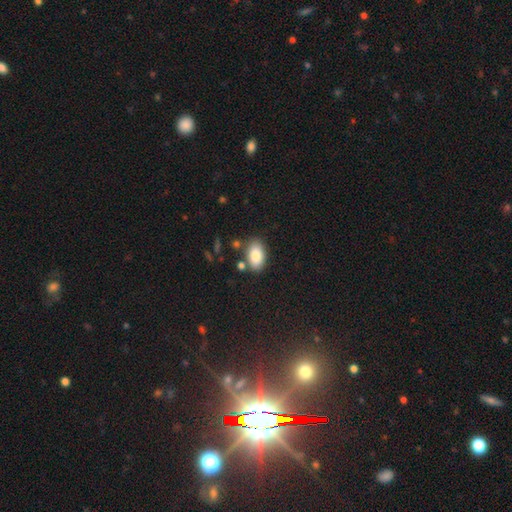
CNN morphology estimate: This appears to be a smooth galaxy with no disk features (86%) that is in between round and cigar-shaped (93%). Merging: none (78%).